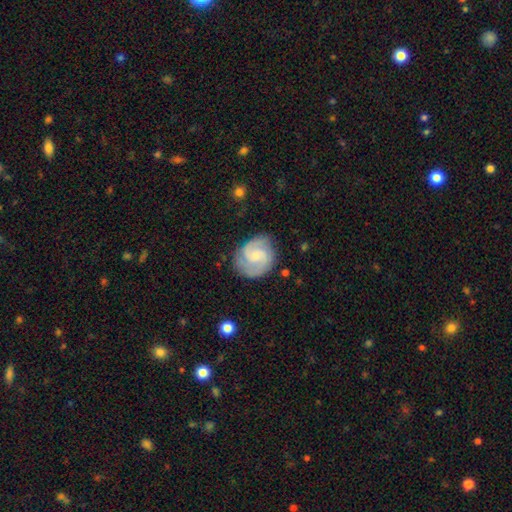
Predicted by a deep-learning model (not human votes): This appears to be a featured or disk galaxy (81%) with no bar (50%), 2 (70%) medium (47%) spiral arms (97%) and a small central bulge (62%). Merging: none (78%).